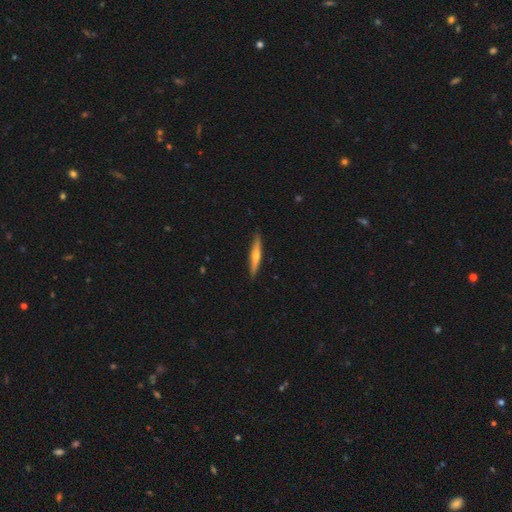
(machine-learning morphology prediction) type=featured or disk (49%); merging=none (90%).